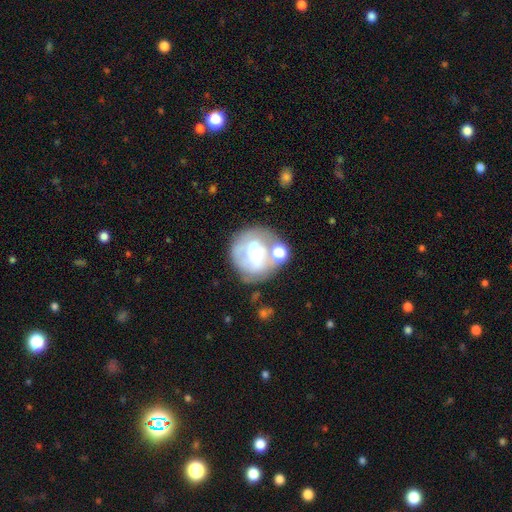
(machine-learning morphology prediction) featured or disk 55%, smooth 35%, star or artifact 10%. Down the decision tree: edge-on disk — no (98%); bar — no (80%); spiral arms — no (66%); bulge size — small (51%); merging — none (48%).